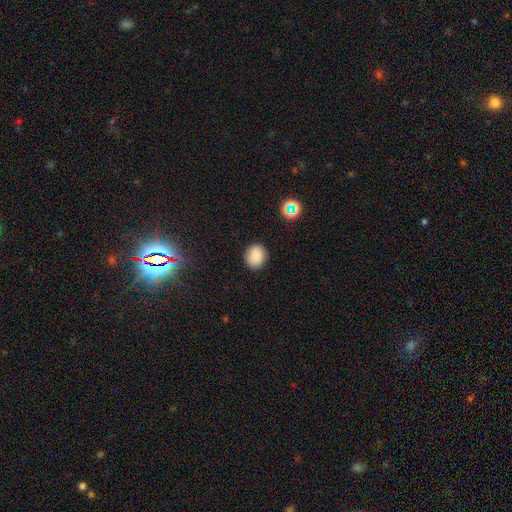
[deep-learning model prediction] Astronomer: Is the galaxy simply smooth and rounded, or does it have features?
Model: smooth — 86%.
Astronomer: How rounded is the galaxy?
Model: round — 69%.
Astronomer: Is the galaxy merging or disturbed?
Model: none — 88%.